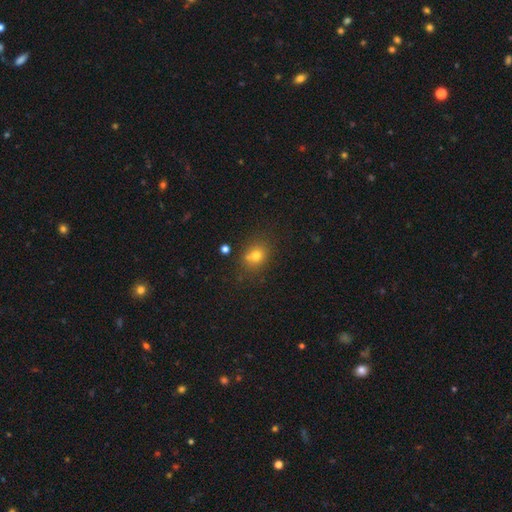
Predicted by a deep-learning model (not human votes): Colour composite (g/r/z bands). It shows a smooth galaxy with no disk features (74%) that is round (64%). Merging: none (66%).